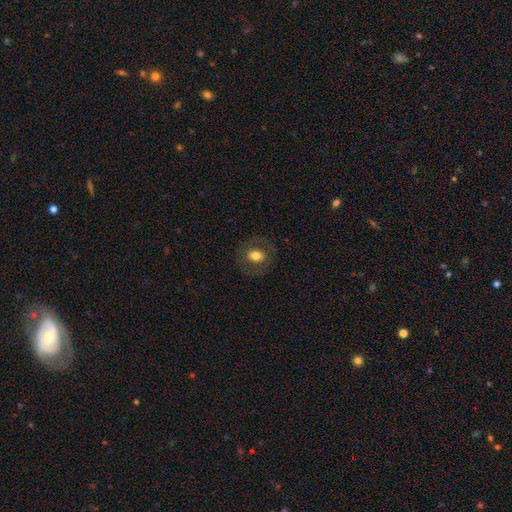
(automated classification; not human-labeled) Q: Smooth or featured?
A: smooth (64%); runner-up: featured or disk (27%)
Q: How rounded?
A: round (55%); runner-up: in between (44%)
Q: Merging?
A: none (82%); runner-up: minor disturbance (10%)